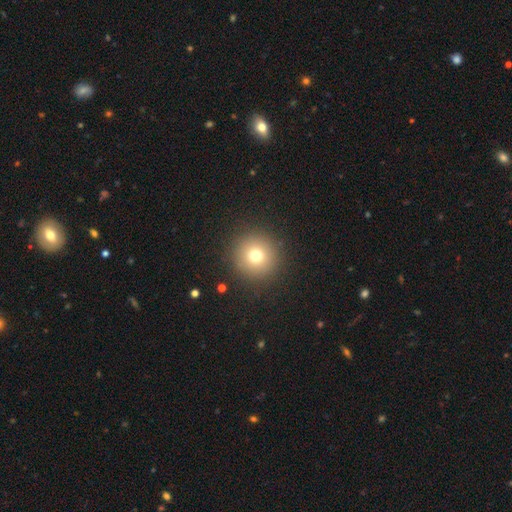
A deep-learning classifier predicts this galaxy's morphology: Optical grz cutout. It shows a smooth galaxy with no disk features (73%) that is round (96%). Merging: none (91%).